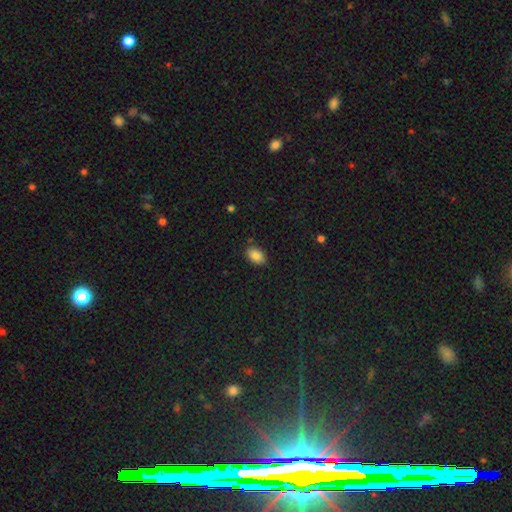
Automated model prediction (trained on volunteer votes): A smooth galaxy with no disk features (85%) that is in between round and cigar-shaped (88%). Merging: none (85%).